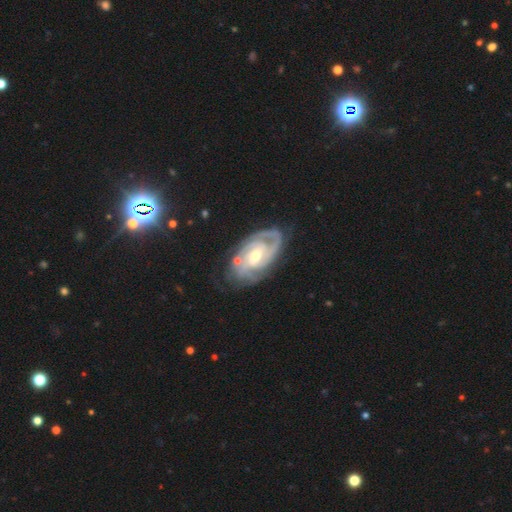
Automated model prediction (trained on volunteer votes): A featured or disk galaxy (89%) with a weak bar (48%), 2 (40%) tight (66%) spiral arms (97%) and a moderate central bulge (55%).

Vote fractions:
- Smooth or featured? featured or disk: 89% / smooth: 6% / star or artifact: 5%
- Edge-on disk? no: 96% / yes: 4%
- Bar? weak: 48% / no: 34% / strong: 18%
- Spiral arms? yes: 97% / no: 3%
- Spiral winding? tight: 66% / medium: 29% / loose: 5%
- Spiral arm count? 2: 40% / 3: 29% / can't tell: 17% / 4: 7% / 1: 4% / more than 4: 4%
- Bulge size? moderate: 55% / small: 40% / large: 3% / none: 1% / dominant: 1%
- Merging? none: 72% / minor disturbance: 19% / major disturbance: 6% / merger: 3%